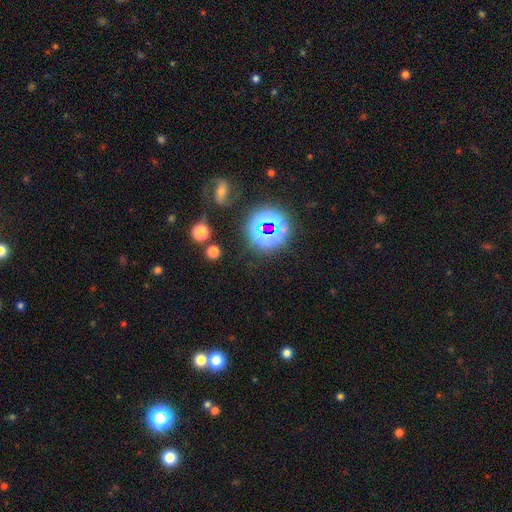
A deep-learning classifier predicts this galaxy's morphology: The model was most divided on "smooth or featured": star or artifact: 77%, smooth: 15%, featured or disk: 8%.